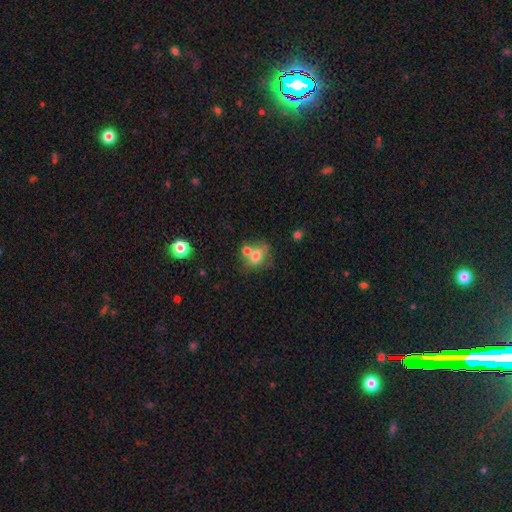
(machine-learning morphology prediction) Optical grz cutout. It shows a smooth galaxy with no disk features (68%) that is round (52%). Merging: merger (43%).